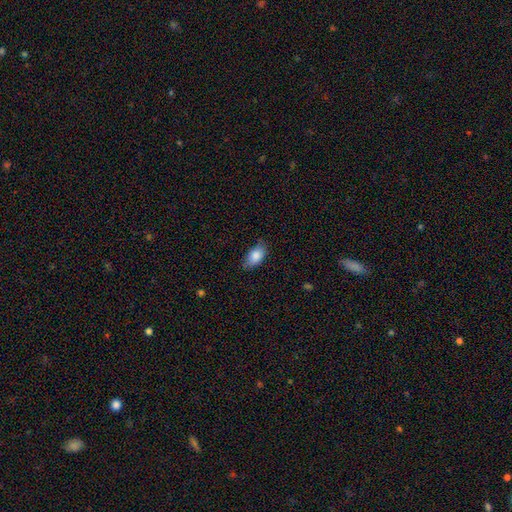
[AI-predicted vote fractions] Q: Smooth or featured?
A: smooth (85%); runner-up: featured or disk (9%)
Q: How rounded?
A: in between (91%); runner-up: round (5%)
Q: Merging?
A: none (73%); runner-up: minor disturbance (22%)